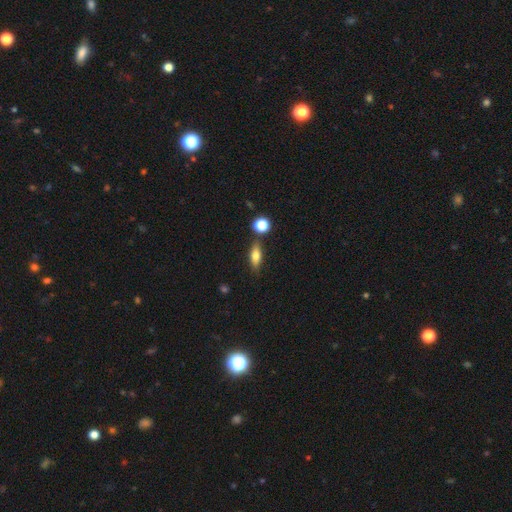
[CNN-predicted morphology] Q: Smooth or featured?
A: smooth (65%); runner-up: featured or disk (26%)
Q: How rounded?
A: in between (62%); runner-up: cigar-shaped (32%)
Q: Merging?
A: none (77%); runner-up: minor disturbance (12%)